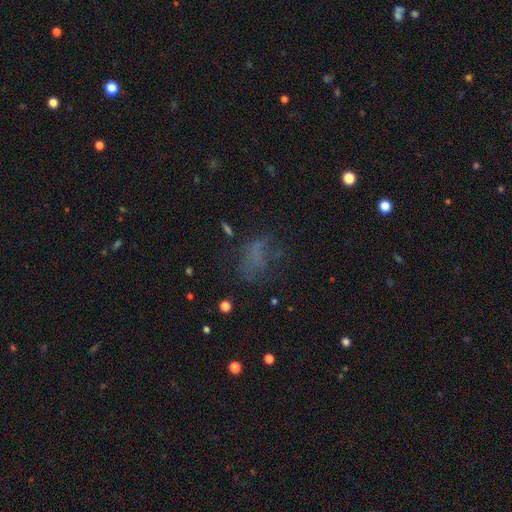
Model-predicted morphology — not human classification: Smooth or featured?
  - smooth: 47% *
  - star or artifact: 27%
  - featured or disk: 26%
Merging?
  - none: 45% *
  - major disturbance: 30%
  - minor disturbance: 21%
  - merger: 4%